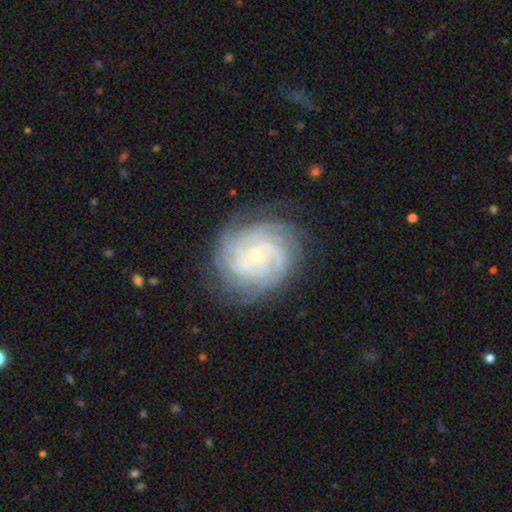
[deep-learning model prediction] Q: Smooth or featured?
A: featured or disk (85%); runner-up: smooth (8%)
Q: Edge-on disk?
A: no (97%); runner-up: yes (3%)
Q: Bar?
A: no (70%); runner-up: weak (24%)
Q: Spiral arms?
A: yes (97%); runner-up: no (3%)
Q: Spiral winding?
A: tight (80%); runner-up: medium (17%)
Q: Spiral arm count?
A: can't tell (27%); runner-up: 4 (24%)
Q: Bulge size?
A: small (77%); runner-up: moderate (19%)
Q: Merging?
A: none (79%); runner-up: minor disturbance (14%)